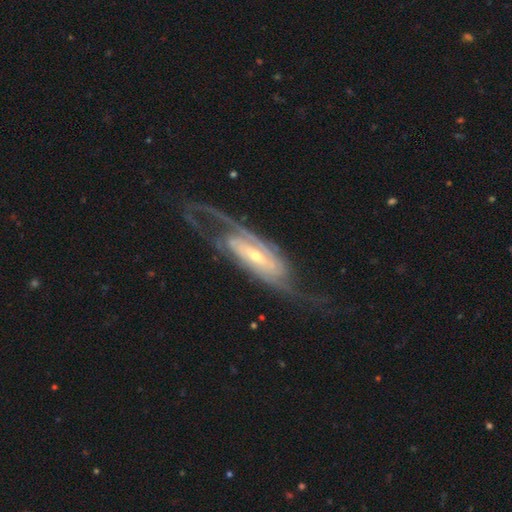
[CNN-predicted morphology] Smooth or featured? Predicted: featured or disk (p=0.88). Edge-on disk? Predicted: no (p=0.87). Bar? Predicted: weak (p=0.37). Spiral arms? Predicted: yes (p=0.95). Spiral winding? Predicted: medium (p=0.43). Spiral arm count? Predicted: 2 (p=0.71). Bulge size? Predicted: small (p=0.56). Merging? Predicted: none (p=0.62).